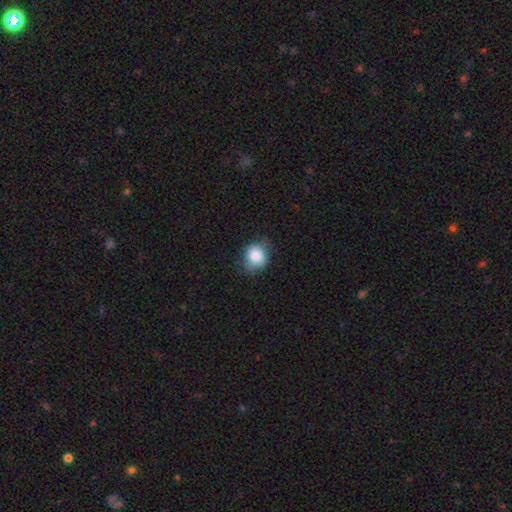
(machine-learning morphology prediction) This is clearly a smooth galaxy (84%). How rounded: likely round (66%). Merging: likely none (67%).